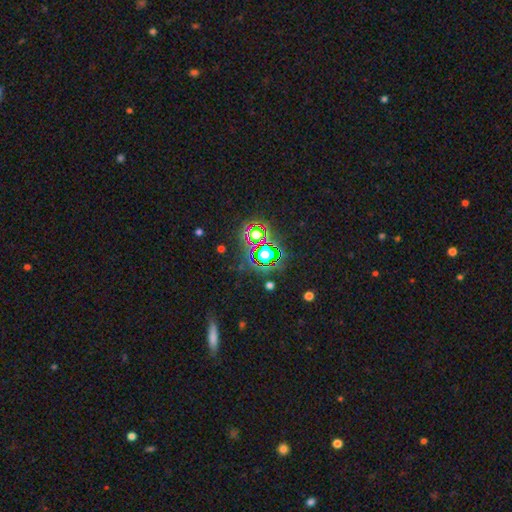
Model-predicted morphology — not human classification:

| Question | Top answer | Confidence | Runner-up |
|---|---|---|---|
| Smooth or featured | star or artifact | 78% | smooth (14%) |